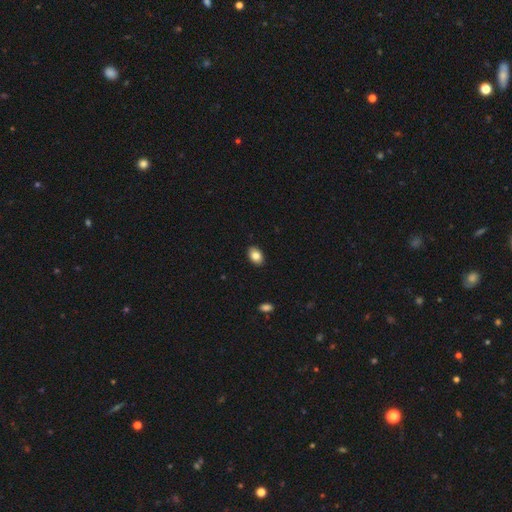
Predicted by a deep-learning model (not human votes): Smooth or featured? smooth (84%)
How rounded? in between (88%)
Merging? none (89%)